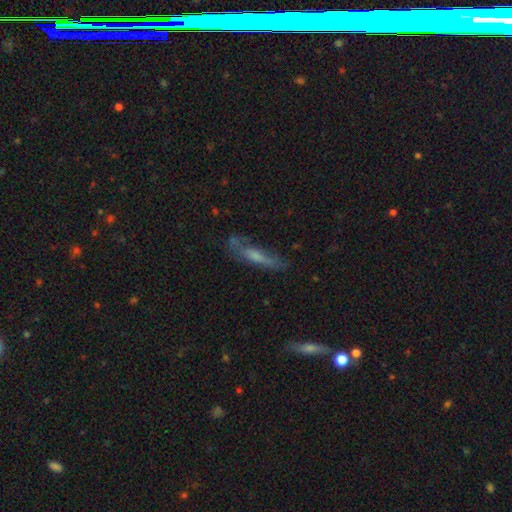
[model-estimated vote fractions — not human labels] Overall: featured or disk (49%; smooth 40%). Merging: none (60%; minor disturbance 23%).